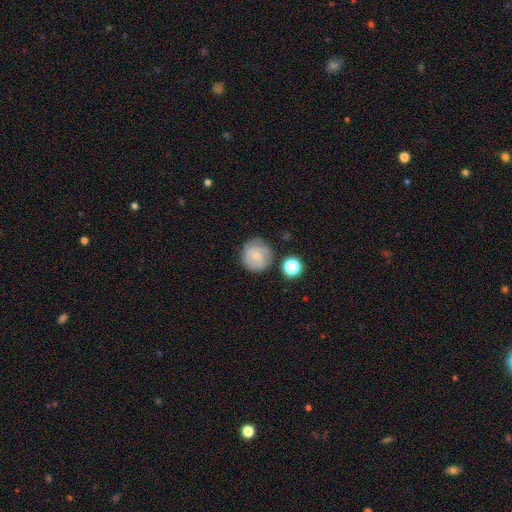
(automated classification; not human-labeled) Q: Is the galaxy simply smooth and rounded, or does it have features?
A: smooth — 69%.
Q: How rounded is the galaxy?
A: round — 92%.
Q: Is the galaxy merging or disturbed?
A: none — 73%.